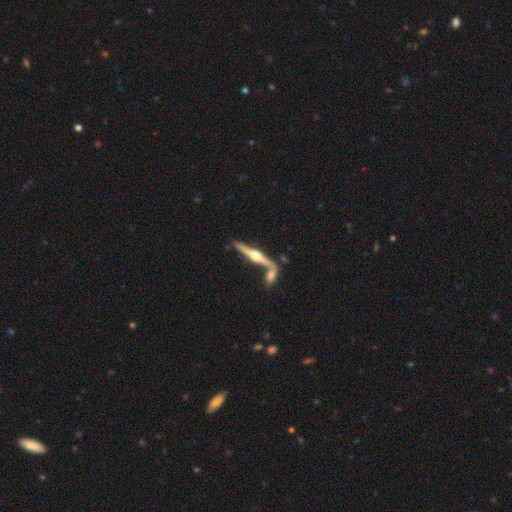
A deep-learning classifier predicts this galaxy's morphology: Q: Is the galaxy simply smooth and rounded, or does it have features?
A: featured or disk — 81%.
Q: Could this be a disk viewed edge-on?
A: yes — 97%.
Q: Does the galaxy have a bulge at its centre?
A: rounded — 96%.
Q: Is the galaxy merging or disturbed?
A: none — 59%.